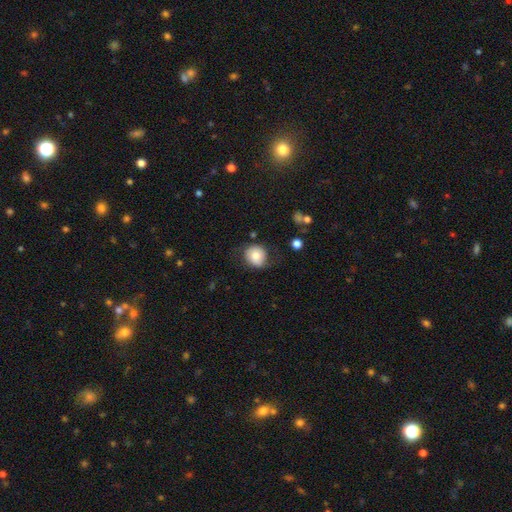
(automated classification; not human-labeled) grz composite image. It shows a smooth galaxy with no disk features (73%) that is round (79%). Merging: none (68%).